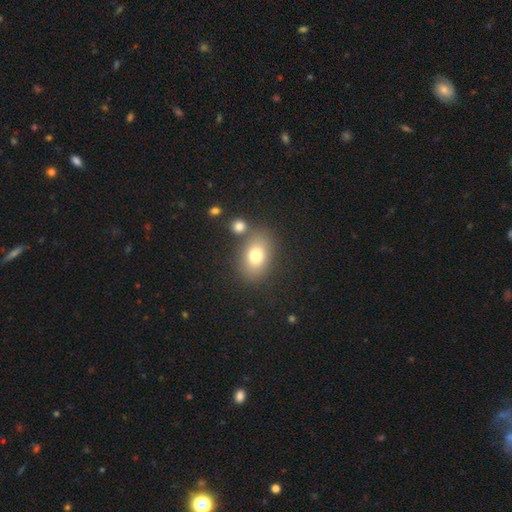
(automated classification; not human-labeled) Smooth or featured?
  - smooth: 76% *
  - featured or disk: 13%
  - star or artifact: 11%
How rounded?
  - in between: 74% *
  - round: 25%
  - cigar-shaped: 1%
Merging?
  - none: 72% *
  - merger: 13%
  - minor disturbance: 11%
  - major disturbance: 4%